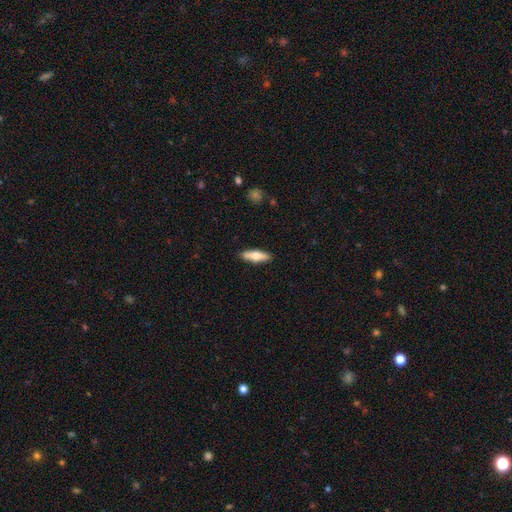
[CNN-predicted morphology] smooth-or-featured: smooth: 62% | featured or disk: 32% | star or artifact: 6%
  how-rounded: cigar-shaped: 59% | in between: 38% | round: 2%
  merging: none: 88% | minor disturbance: 9% | major disturbance: 2% | merger: 1%